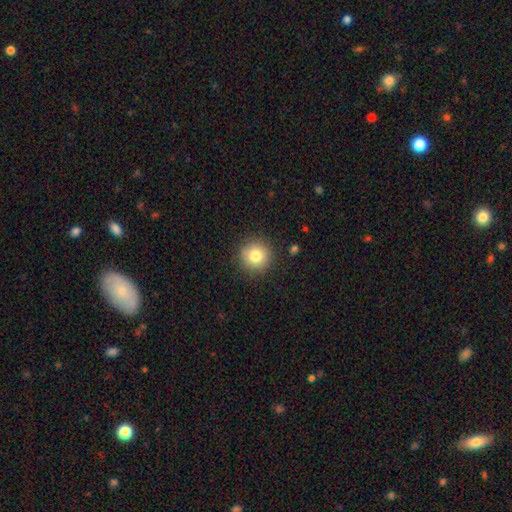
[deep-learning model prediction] The model was most divided on "smooth or featured": smooth: 81%, star or artifact: 10%, featured or disk: 9%. More confident: how rounded — round (94%); merging — none (89%).